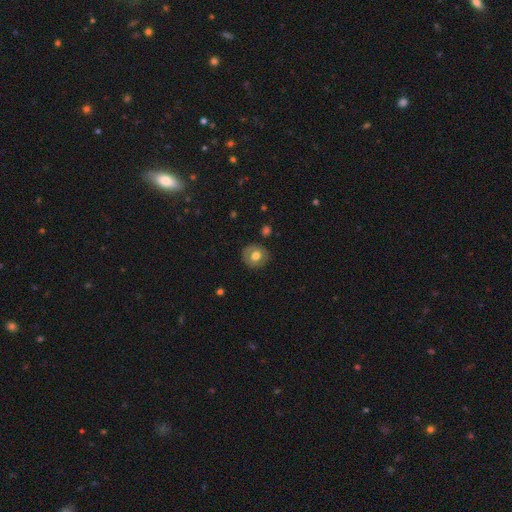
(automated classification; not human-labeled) smooth 66%, featured or disk 25%, star or artifact 8%. Down the decision tree: how rounded — round (88%); merging — none (85%).